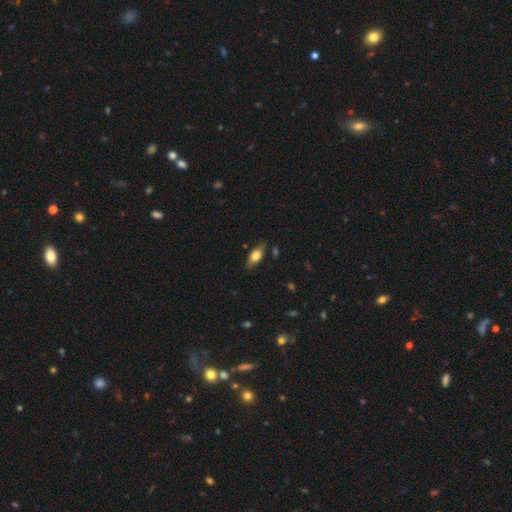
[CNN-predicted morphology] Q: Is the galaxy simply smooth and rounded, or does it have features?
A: smooth — 67%.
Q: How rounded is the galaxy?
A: in between — 79%.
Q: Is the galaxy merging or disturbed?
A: none — 80%.